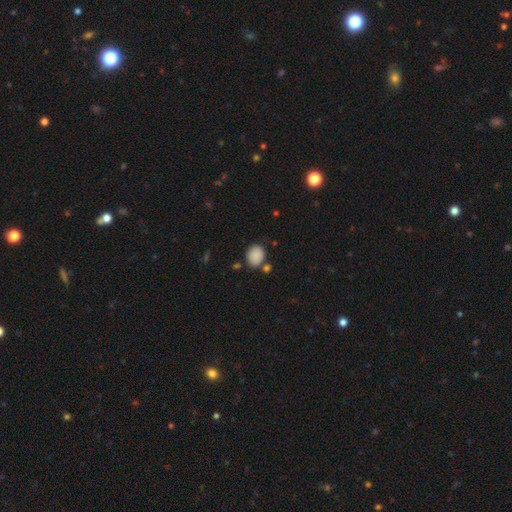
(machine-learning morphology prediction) Smooth or featured? Predicted: smooth (p=0.86). How rounded? Predicted: round (p=0.56). Merging? Predicted: none (p=0.72).